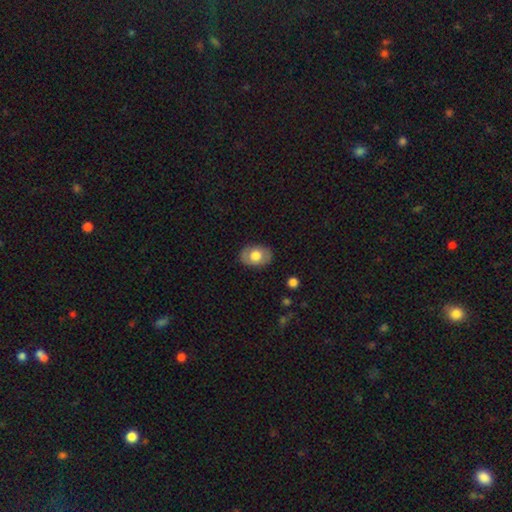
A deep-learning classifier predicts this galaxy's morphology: This appears to be a smooth galaxy with no disk features (67%) that is in between round and cigar-shaped (79%). Merging: none (84%).